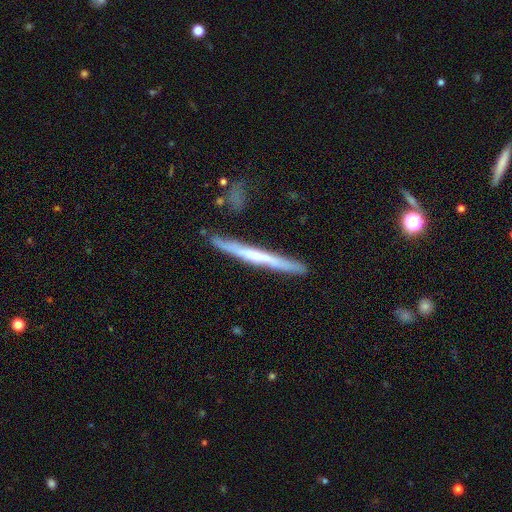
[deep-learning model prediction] smooth_or_featured: featured or disk (p=0.61) [alt: smooth p=0.33]
disk_edge_on: yes (p=0.93) [alt: no p=0.07]
edge_on_bulge: none (p=0.55) [alt: rounded p=0.37]
merging: none (p=0.83) [alt: minor disturbance p=0.12]